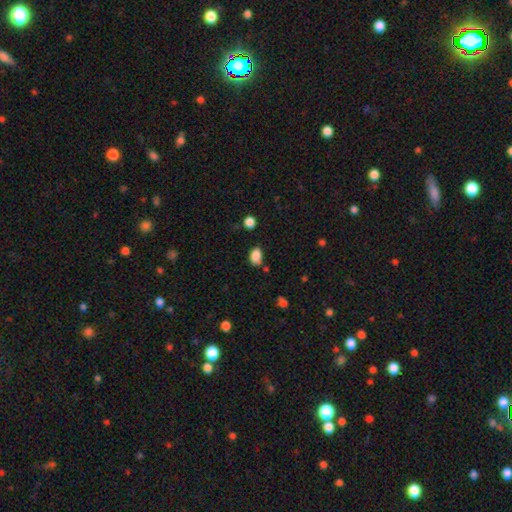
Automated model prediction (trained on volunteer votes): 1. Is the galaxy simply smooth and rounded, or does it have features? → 86% smooth, 10% star or artifact, 5% featured or disk.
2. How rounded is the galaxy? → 79% in between, 19% round, 1% cigar-shaped.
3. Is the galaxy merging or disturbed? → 70% none, 20% minor disturbance, 6% merger, 4% major disturbance.